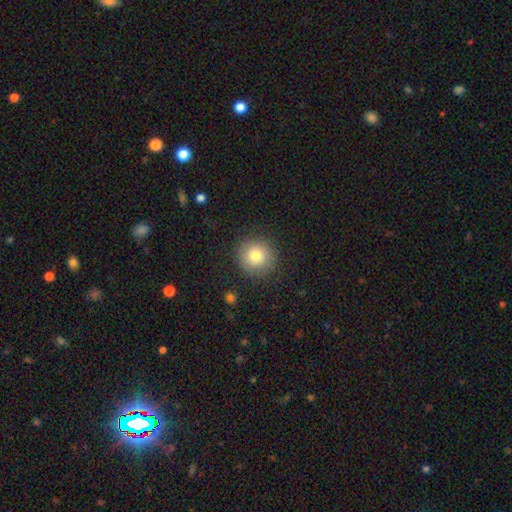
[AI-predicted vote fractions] smooth_or_featured: smooth (p=0.78) [alt: featured or disk p=0.12]
how_rounded: round (p=0.93) [alt: in between p=0.06]
merging: none (p=0.87) [alt: minor disturbance p=0.09]